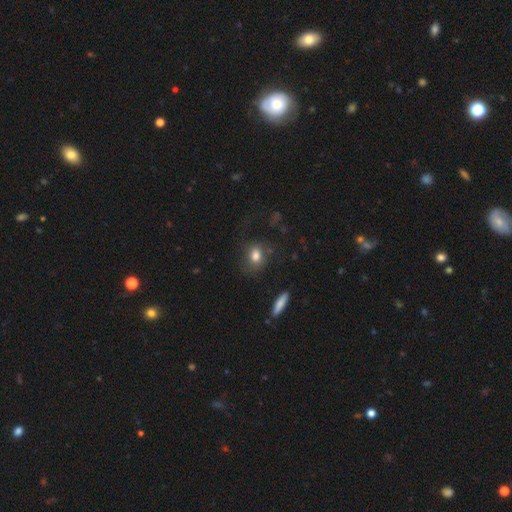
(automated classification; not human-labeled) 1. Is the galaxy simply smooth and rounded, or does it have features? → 80% smooth, 10% featured or disk, 9% star or artifact.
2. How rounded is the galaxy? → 55% in between, 42% round, 2% cigar-shaped.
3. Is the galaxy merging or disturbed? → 69% none, 18% minor disturbance, 10% major disturbance, 3% merger.